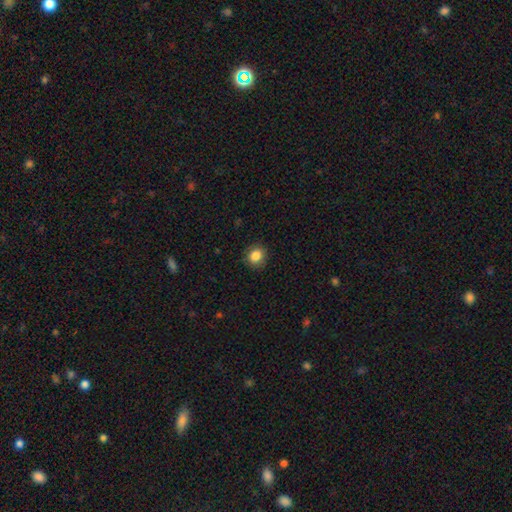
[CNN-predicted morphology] This appears to be a smooth galaxy with no disk features (85%) that is round (80%). Merging: none (88%).